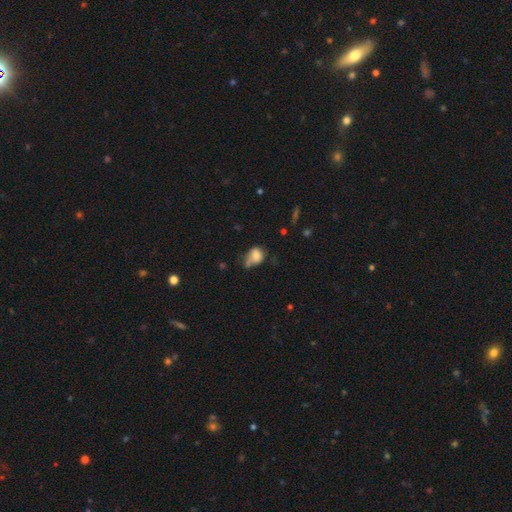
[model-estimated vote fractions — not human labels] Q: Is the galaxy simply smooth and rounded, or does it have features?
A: smooth — 71%.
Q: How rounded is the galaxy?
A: in between — 55%.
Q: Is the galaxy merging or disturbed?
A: minor disturbance — 35%.